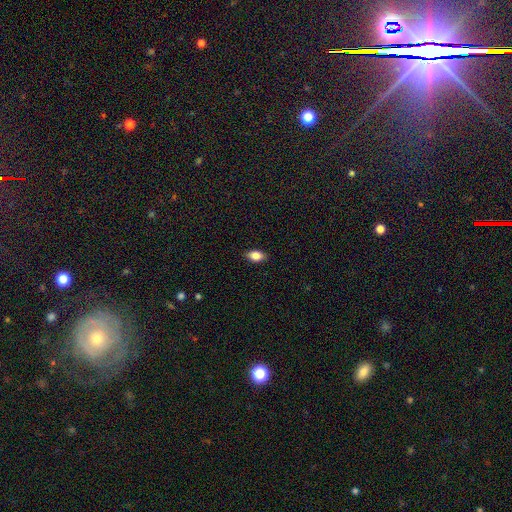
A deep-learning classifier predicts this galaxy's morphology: Smooth or featured: smooth — 83% (featured or disk — 9%)
How rounded: in between — 89% (round — 7%)
Merging: none — 88% (minor disturbance — 9%)